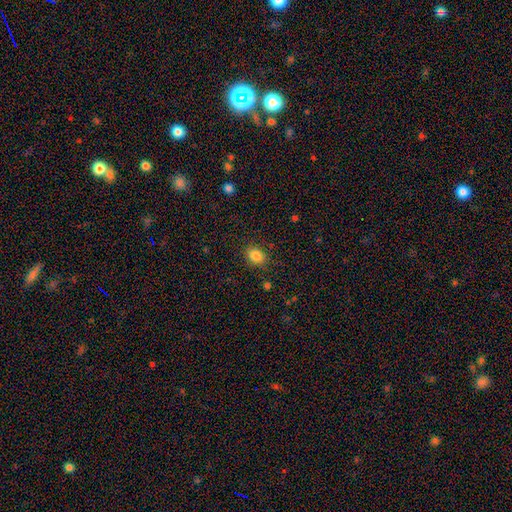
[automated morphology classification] smooth-or-featured: smooth: 85% | star or artifact: 10% | featured or disk: 5%
  how-rounded: in between: 61% | round: 38% | cigar-shaped: 1%
  merging: none: 86% | minor disturbance: 10% | major disturbance: 3% | merger: 1%